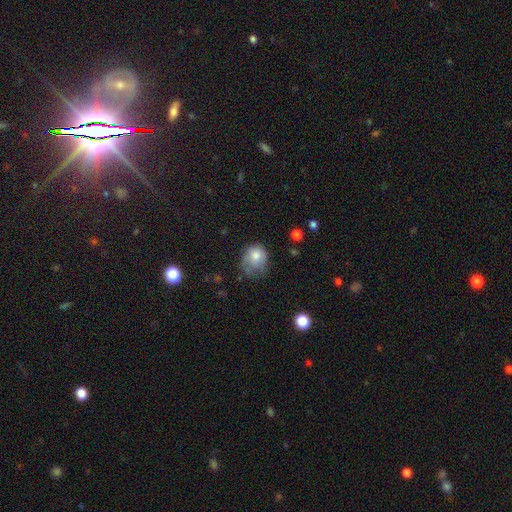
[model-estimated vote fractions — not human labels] Smooth or featured? Predicted: smooth (p=0.77). How rounded? Predicted: round (p=0.66). Merging? Predicted: none (p=0.39).